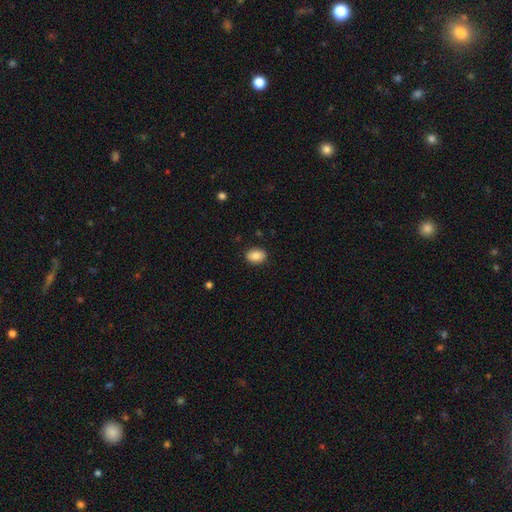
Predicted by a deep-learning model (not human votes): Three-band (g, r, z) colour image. It shows a smooth galaxy with no disk features (86%) that is in between round and cigar-shaped (76%). Merging: none (88%).